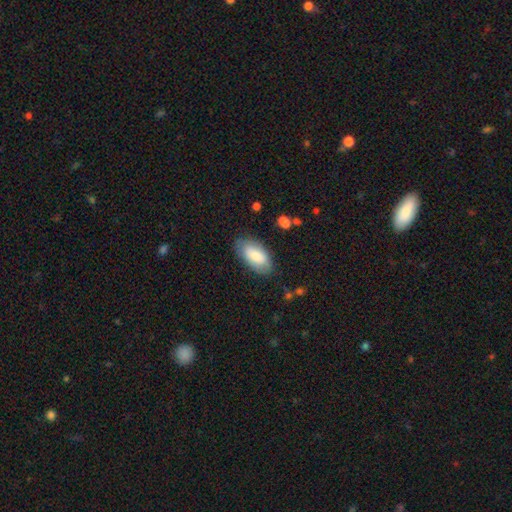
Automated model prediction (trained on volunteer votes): Smooth or featured?
  - smooth: 83% *
  - featured or disk: 11%
  - star or artifact: 6%
How rounded?
  - in between: 94% *
  - cigar-shaped: 3%
  - round: 2%
Merging?
  - none: 81% *
  - minor disturbance: 14%
  - major disturbance: 4%
  - merger: 2%